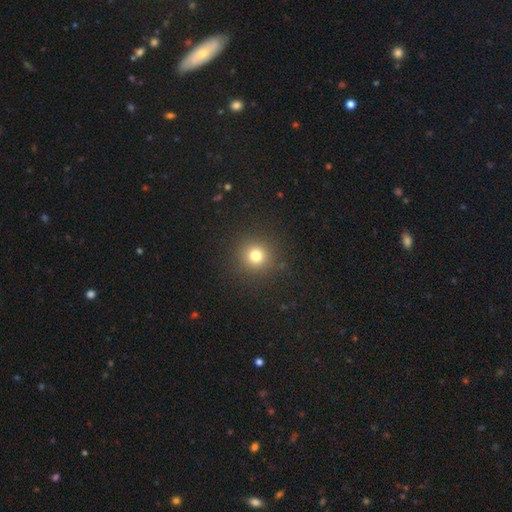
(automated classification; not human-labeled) Q: Smooth or featured?
A: smooth (77%); runner-up: star or artifact (16%)
Q: How rounded?
A: round (94%); runner-up: in between (5%)
Q: Merging?
A: none (90%); runner-up: minor disturbance (6%)